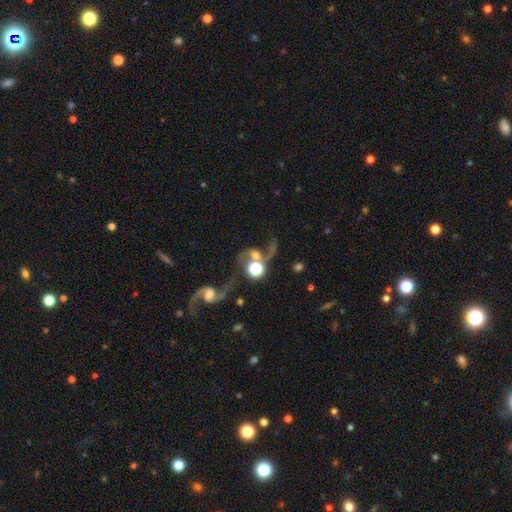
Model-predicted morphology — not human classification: Smooth or featured: featured or disk — 52% (smooth — 32%)
Edge-on disk: no — 95% (yes — 5%)
Bar: no — 58% (weak — 31%)
Spiral arms: yes — 85% (no — 15%)
Bulge size: moderate — 33% (large — 24%)
Merging: merger — 37% (none — 33%)